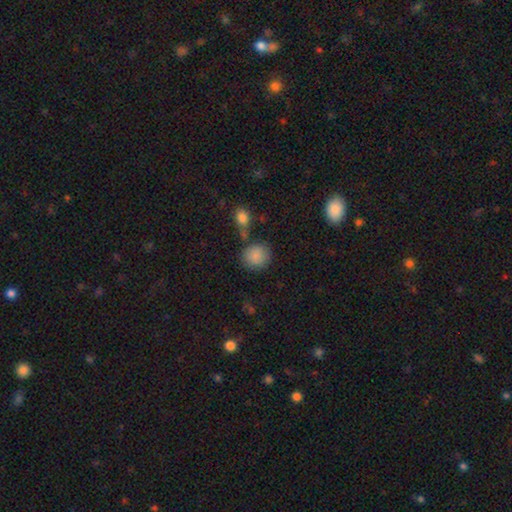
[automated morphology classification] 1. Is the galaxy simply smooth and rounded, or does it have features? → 87% smooth, 9% star or artifact, 4% featured or disk.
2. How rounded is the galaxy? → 82% round, 17% in between, 1% cigar-shaped.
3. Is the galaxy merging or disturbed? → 72% none, 13% minor disturbance, 10% merger, 5% major disturbance.